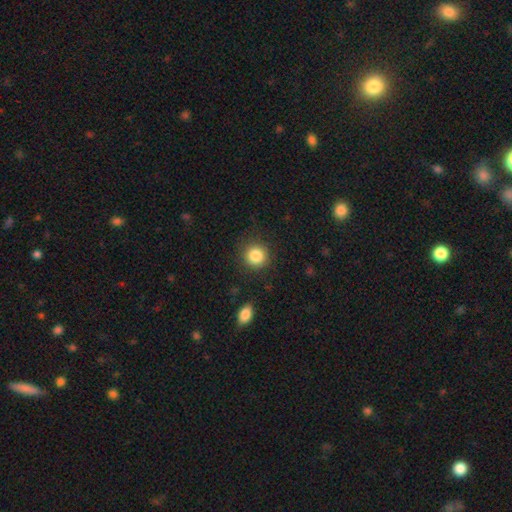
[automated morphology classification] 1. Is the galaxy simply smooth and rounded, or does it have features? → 85% smooth, 10% star or artifact, 5% featured or disk.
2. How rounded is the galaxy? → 92% round, 7% in between, 1% cigar-shaped.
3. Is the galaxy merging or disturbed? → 88% none, 8% minor disturbance, 3% major disturbance, 1% merger.